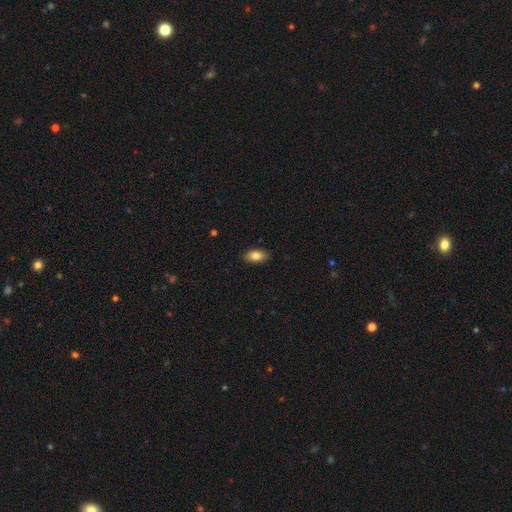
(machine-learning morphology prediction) Smooth or featured? Predicted: smooth (p=0.83). How rounded? Predicted: in between (p=0.91). Merging? Predicted: none (p=0.88).